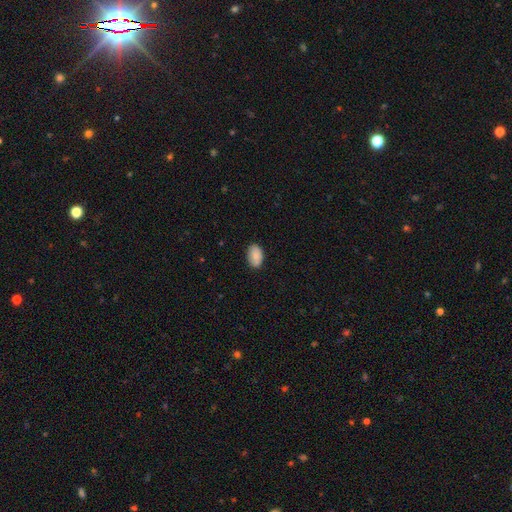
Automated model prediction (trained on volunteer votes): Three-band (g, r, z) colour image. It shows a smooth galaxy with no disk features (87%) that is in between round and cigar-shaped (91%). Merging: none (84%).